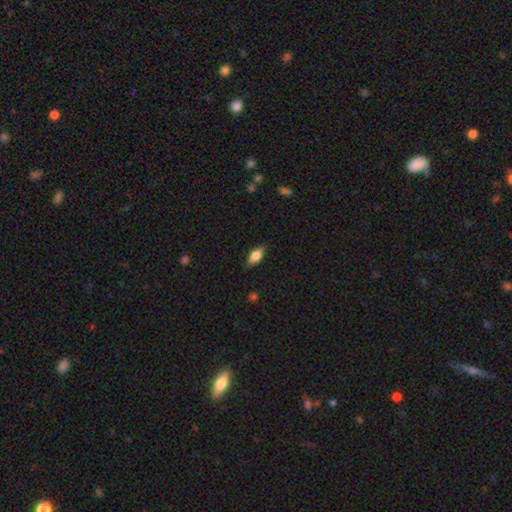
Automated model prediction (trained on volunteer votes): Smooth or featured?
  - smooth: 62% *
  - featured or disk: 31%
  - star or artifact: 8%
How rounded?
  - in between: 79% *
  - cigar-shaped: 17%
  - round: 4%
Merging?
  - none: 83% *
  - minor disturbance: 13%
  - major disturbance: 3%
  - merger: 1%